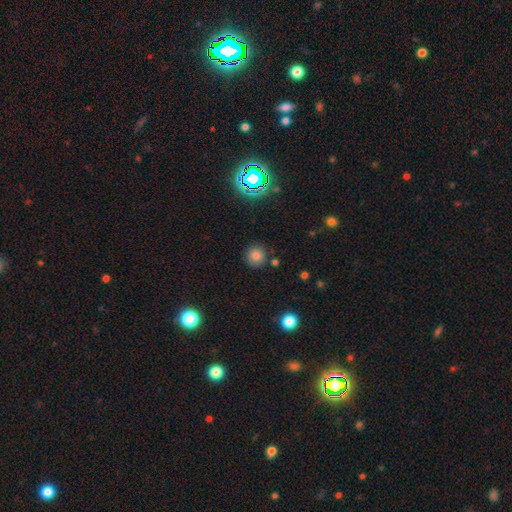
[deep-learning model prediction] Smooth or featured? Predicted: smooth (p=0.77). How rounded? Predicted: round (p=0.93). Merging? Predicted: none (p=0.86).